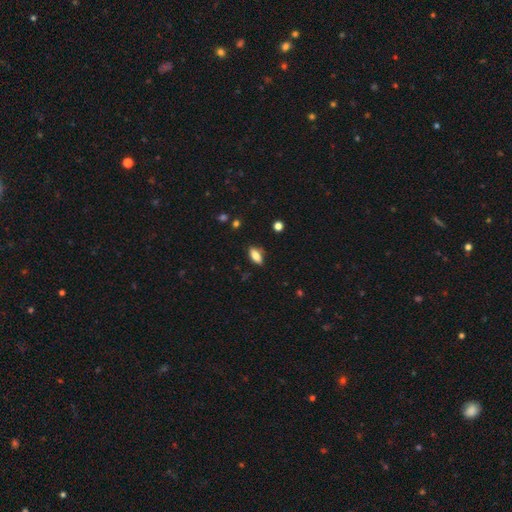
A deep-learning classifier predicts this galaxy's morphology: smooth 80%, featured or disk 11%, star or artifact 8%. Down the decision tree: how rounded — in between (85%); merging — none (81%).